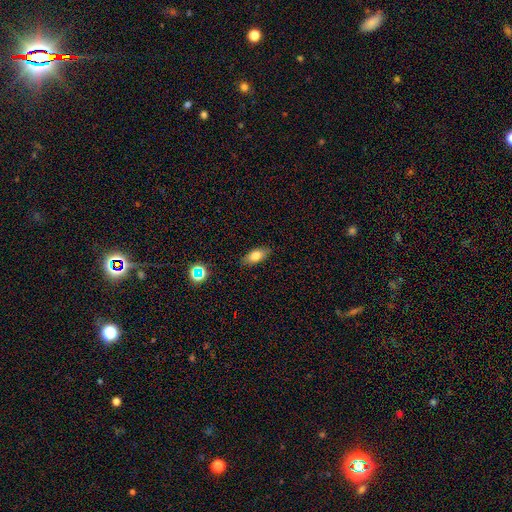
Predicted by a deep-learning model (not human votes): Smooth or featured: smooth — 76% (featured or disk — 15%)
How rounded: in between — 86% (cigar-shaped — 9%)
Merging: none — 87% (minor disturbance — 10%)